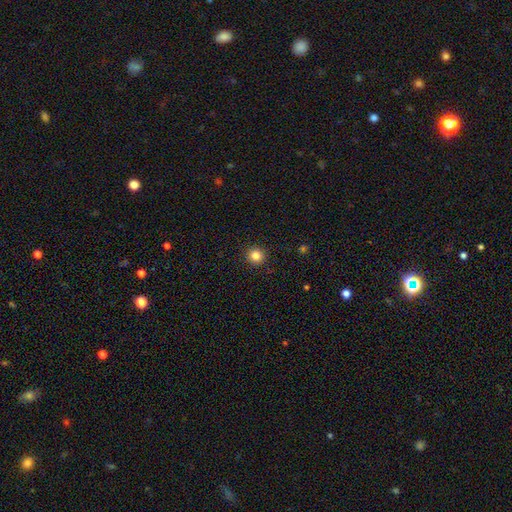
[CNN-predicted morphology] Overall: smooth (83%). How rounded: round (94%). Merging: none (93%).